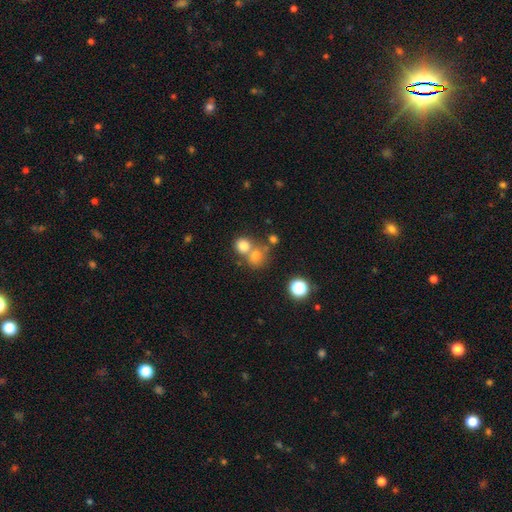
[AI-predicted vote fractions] A smooth galaxy with no disk features (74%) that is round (78%). Merging: none (44%).